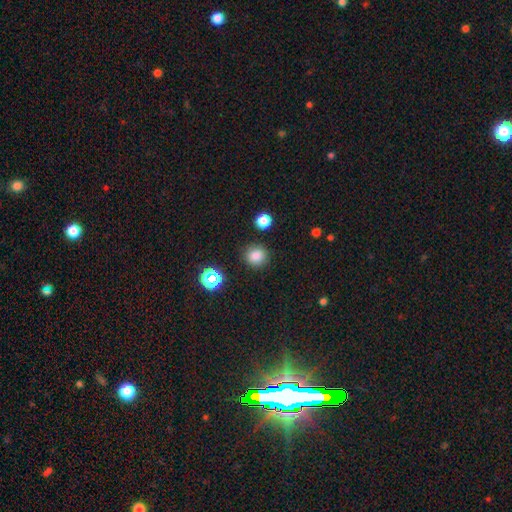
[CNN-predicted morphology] Q: Smooth or featured?
A: smooth (81%); runner-up: star or artifact (14%)
Q: How rounded?
A: round (90%); runner-up: in between (9%)
Q: Merging?
A: none (87%); runner-up: minor disturbance (8%)